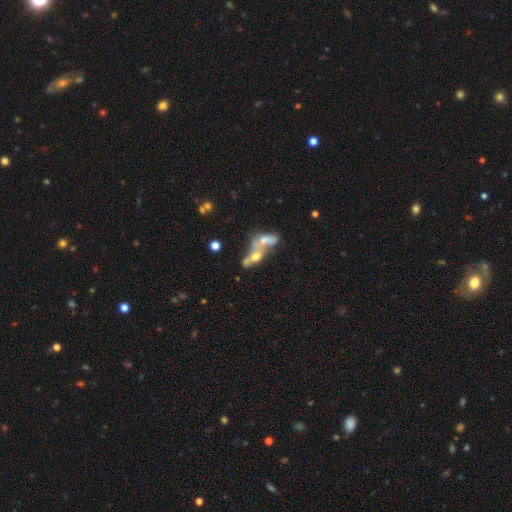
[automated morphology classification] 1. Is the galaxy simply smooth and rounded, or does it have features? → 46% featured or disk, 39% smooth, 15% star or artifact.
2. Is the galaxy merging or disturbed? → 69% merger, 16% none, 8% major disturbance, 6% minor disturbance.